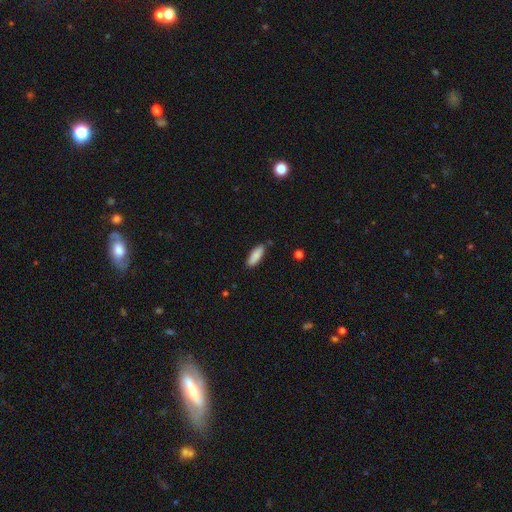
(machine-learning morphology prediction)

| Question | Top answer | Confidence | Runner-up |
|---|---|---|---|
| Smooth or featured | smooth | 88% | featured or disk (6%) |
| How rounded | in between | 60% | cigar-shaped (38%) |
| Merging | none | 81% | minor disturbance (15%) |